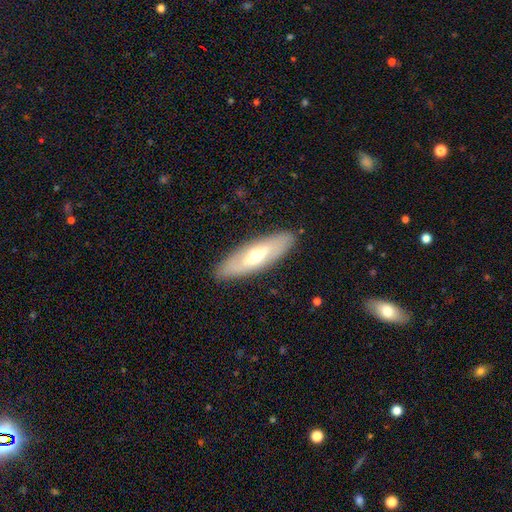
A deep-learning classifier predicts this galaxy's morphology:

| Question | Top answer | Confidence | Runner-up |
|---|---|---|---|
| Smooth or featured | featured or disk | 51% | smooth (44%) |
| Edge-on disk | no | 63% | yes (37%) |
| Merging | none | 87% | minor disturbance (9%) |